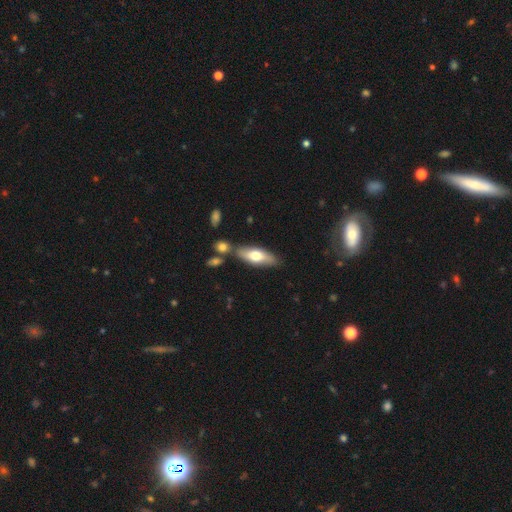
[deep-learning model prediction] smooth_or_featured: smooth (p=0.65) [alt: featured or disk p=0.29]
how_rounded: in between (p=0.65) [alt: cigar-shaped p=0.33]
merging: none (p=0.74) [alt: minor disturbance p=0.13]